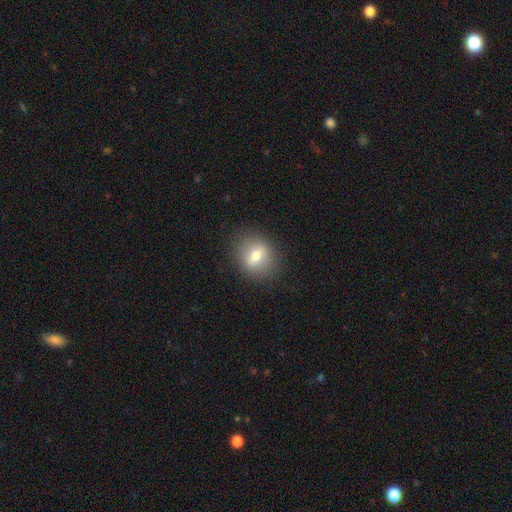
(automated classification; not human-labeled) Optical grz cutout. It shows a smooth galaxy with no disk features (63%) that is round (61%). Merging: none (85%).